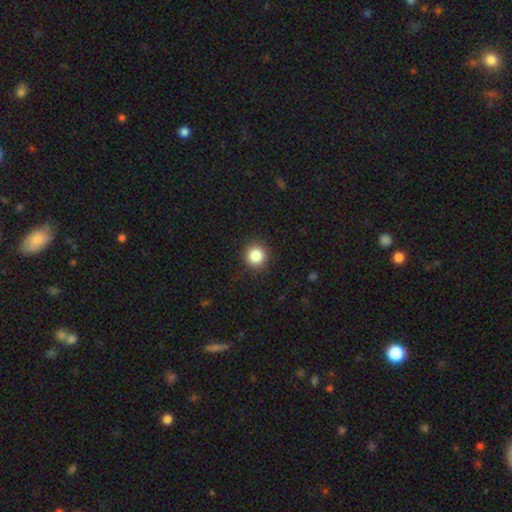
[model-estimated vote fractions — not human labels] This appears to be a smooth galaxy with no disk features (85%) that is round (94%). Merging: none (91%).